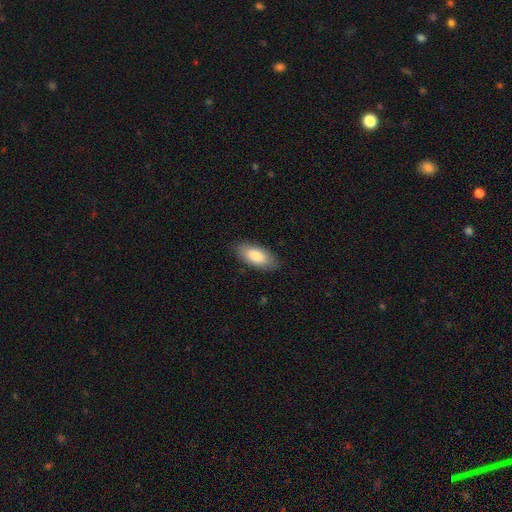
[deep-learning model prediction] The model was most divided on "smooth or featured": smooth: 82%, featured or disk: 12%, star or artifact: 6%. More confident: how rounded — in between (88%); merging — none (85%).